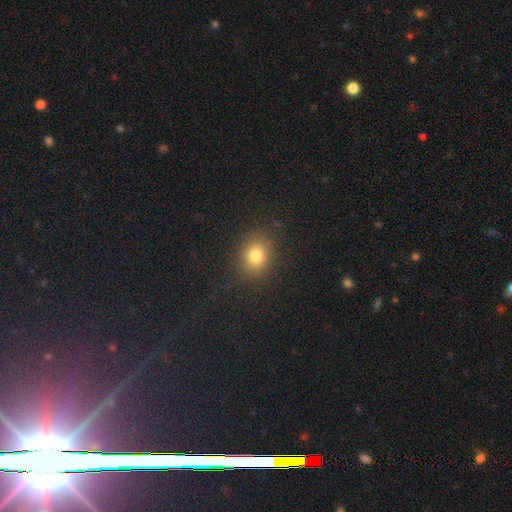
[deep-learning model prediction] Smooth or featured?
  - smooth: 78% *
  - star or artifact: 14%
  - featured or disk: 7%
How rounded?
  - round: 55% *
  - in between: 43%
  - cigar-shaped: 1%
Merging?
  - none: 85% *
  - minor disturbance: 10%
  - major disturbance: 4%
  - merger: 1%